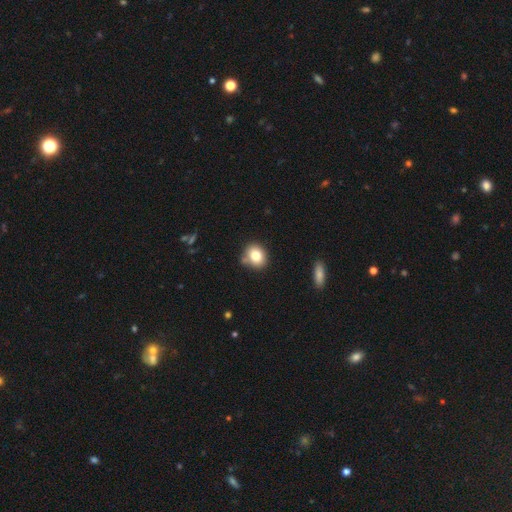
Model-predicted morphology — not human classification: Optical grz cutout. It shows a smooth galaxy with no disk features (80%) that is round (71%). Merging: none (74%).